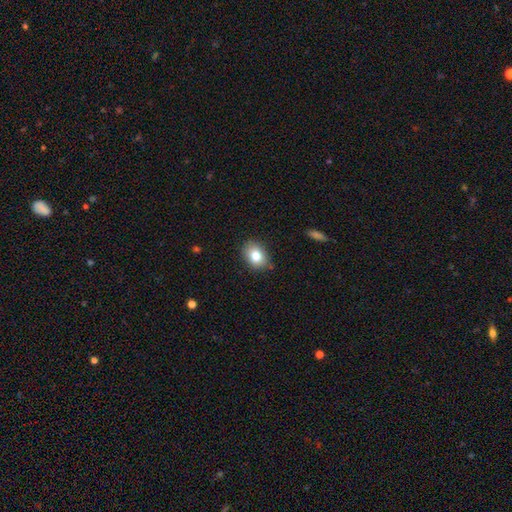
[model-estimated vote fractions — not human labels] This is likely a smooth galaxy (80%). How rounded: likely in between (65%). Merging: clearly none (82%).